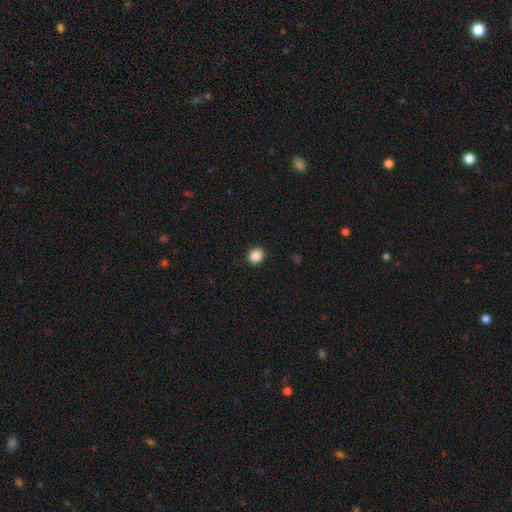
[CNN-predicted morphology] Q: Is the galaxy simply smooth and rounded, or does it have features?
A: smooth — 87%.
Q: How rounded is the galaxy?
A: round — 77%.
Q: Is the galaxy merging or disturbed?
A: none — 92%.